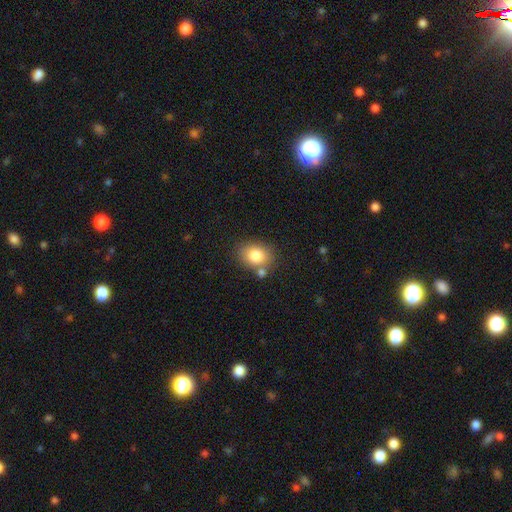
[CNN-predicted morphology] The model was most divided on "how rounded": in between: 54%, round: 45%, cigar-shaped: 1%. More confident: smooth or featured — smooth (82%); merging — none (69%).